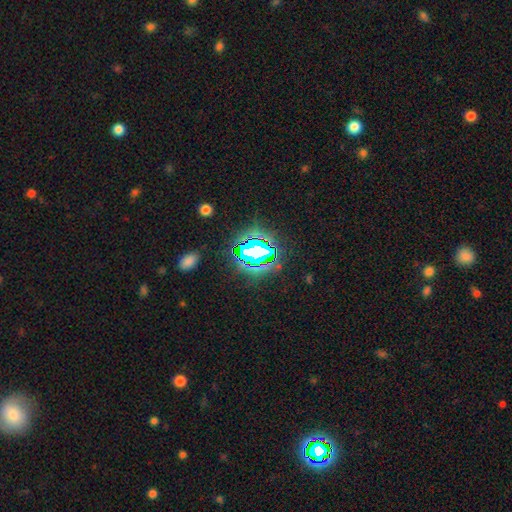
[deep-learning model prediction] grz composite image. It shows a star or artifact, not a galaxy (69%).